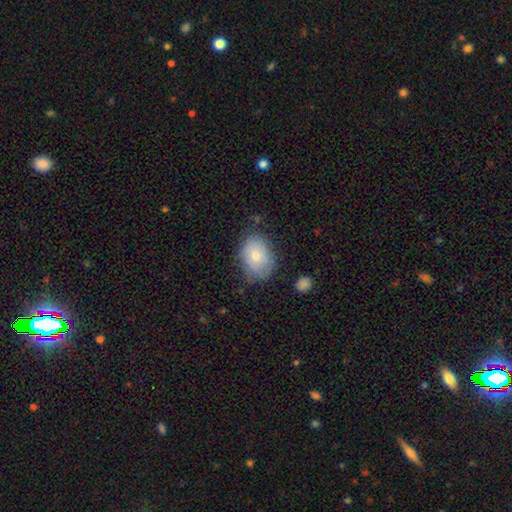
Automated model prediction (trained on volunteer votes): Smooth or featured? Predicted: smooth (p=0.72). How rounded? Predicted: in between (p=0.71). Merging? Predicted: none (p=0.68).